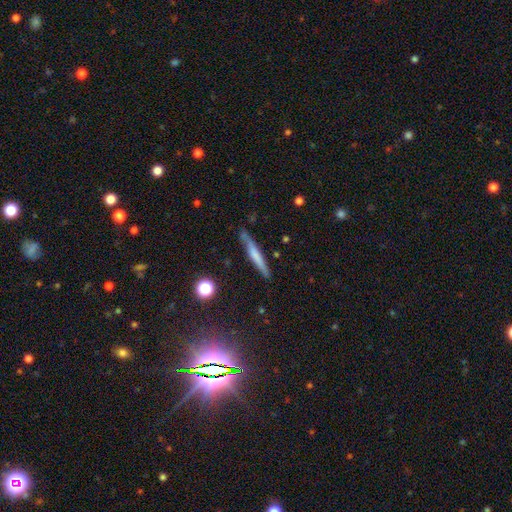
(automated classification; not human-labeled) A smooth galaxy with no disk features (55%) that is cigar-shaped (94%).

Vote fractions:
- Smooth or featured? smooth: 55% / featured or disk: 38% / star or artifact: 8%
- How rounded? cigar-shaped: 94% / in between: 4% / round: 2%
- Merging? none: 80% / minor disturbance: 14% / merger: 3% / major disturbance: 3%